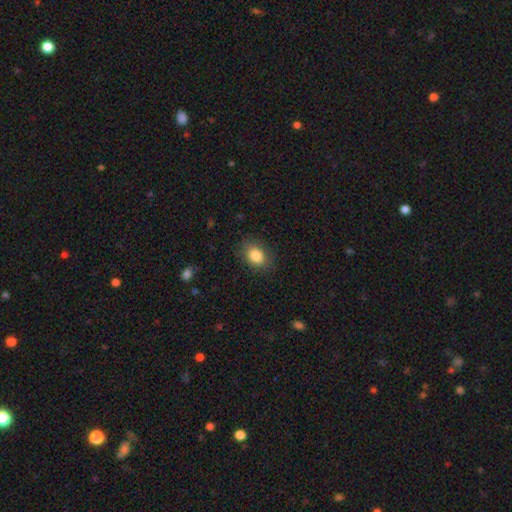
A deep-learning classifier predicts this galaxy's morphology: A smooth galaxy with no disk features (84%) that is in between round and cigar-shaped (67%).

Vote fractions:
- Smooth or featured? smooth: 84% / star or artifact: 9% / featured or disk: 7%
- How rounded? in between: 67% / round: 32% / cigar-shaped: 1%
- Merging? none: 84% / minor disturbance: 12% / major disturbance: 3% / merger: 1%